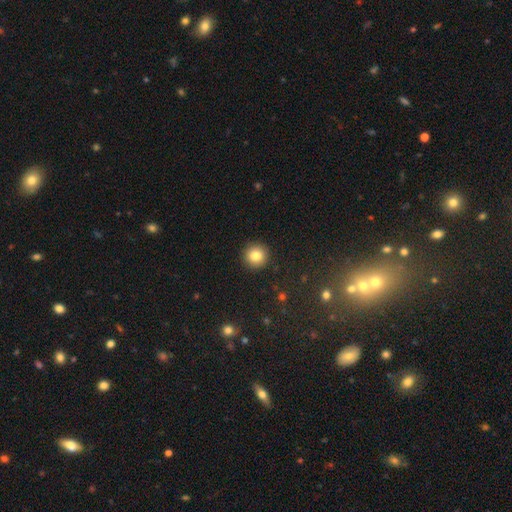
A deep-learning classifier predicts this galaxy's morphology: Overall: smooth (83%). How rounded: round (95%). Merging: none (92%).